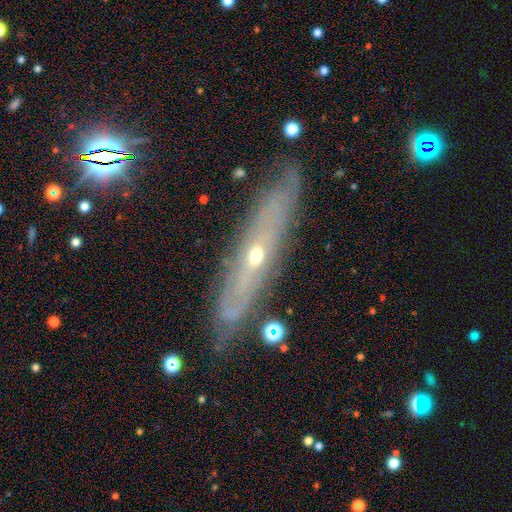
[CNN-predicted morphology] This appears to be a featured or disk galaxy (71%) viewed edge-on (60%). Merging: none (84%).